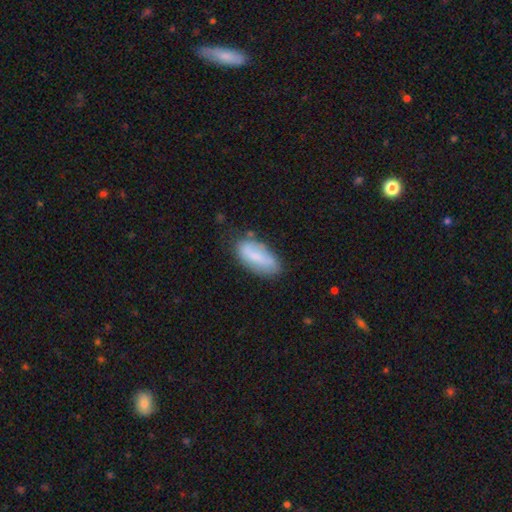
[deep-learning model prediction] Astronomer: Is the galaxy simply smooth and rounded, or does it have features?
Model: smooth — 70%.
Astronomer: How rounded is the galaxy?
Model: in between — 88%.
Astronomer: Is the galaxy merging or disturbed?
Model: none — 64%.